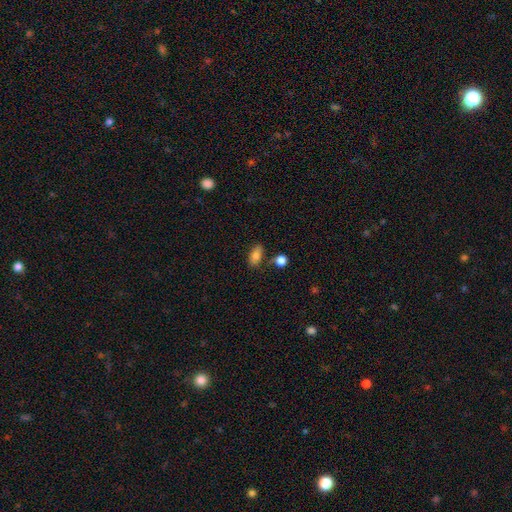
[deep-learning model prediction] This is likely a smooth galaxy (80%). How rounded: clearly in between (85%). Merging: likely none (73%).